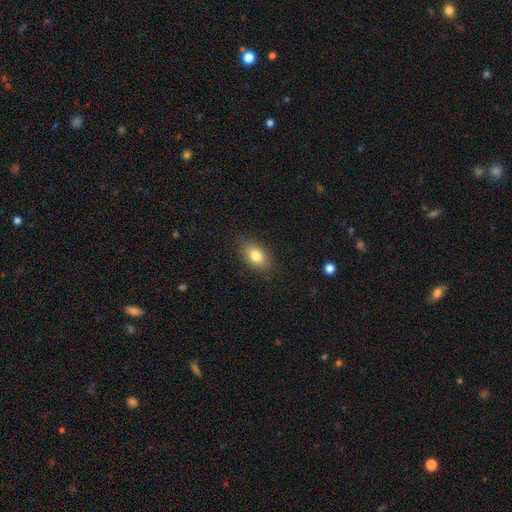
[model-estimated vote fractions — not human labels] A smooth galaxy with no disk features (81%) that is in between round and cigar-shaped (88%). Merging: none (85%).